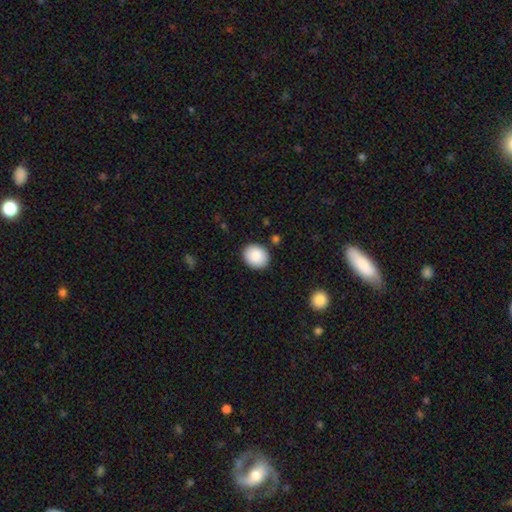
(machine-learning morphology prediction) Smooth or featured?
  - smooth: 88% *
  - star or artifact: 7%
  - featured or disk: 5%
How rounded?
  - round: 63% *
  - in between: 36%
  - cigar-shaped: 1%
Merging?
  - none: 88% *
  - minor disturbance: 8%
  - major disturbance: 2%
  - merger: 2%